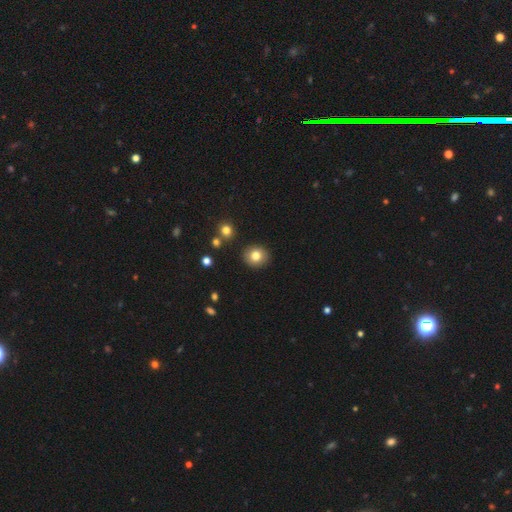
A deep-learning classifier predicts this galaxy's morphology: This is clearly a smooth galaxy (80%). How rounded: clearly round (83%). Merging: clearly none (89%).